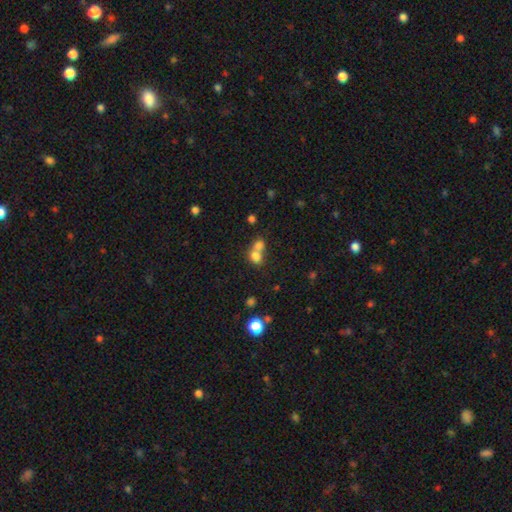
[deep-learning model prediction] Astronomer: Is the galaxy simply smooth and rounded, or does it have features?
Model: smooth — 74%.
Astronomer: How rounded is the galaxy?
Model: round — 60% (runner-up: in between, 39%).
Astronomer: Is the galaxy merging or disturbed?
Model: merger — 64%.